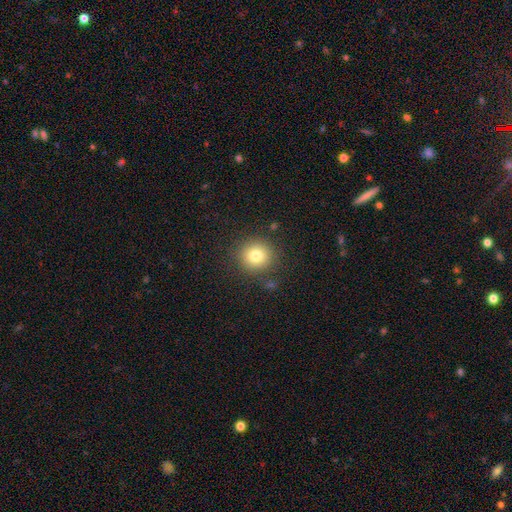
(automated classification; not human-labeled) Overall: smooth (79%). How rounded: round (91%). Merging: none (86%).